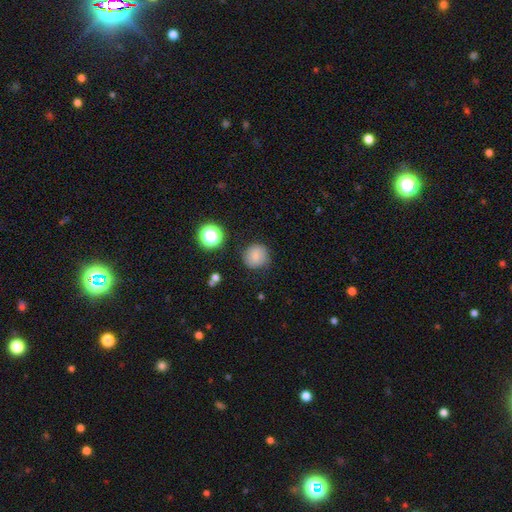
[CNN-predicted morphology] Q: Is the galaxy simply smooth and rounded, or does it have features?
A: smooth — 80%.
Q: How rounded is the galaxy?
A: round — 91%.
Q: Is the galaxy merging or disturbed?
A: none — 82%.